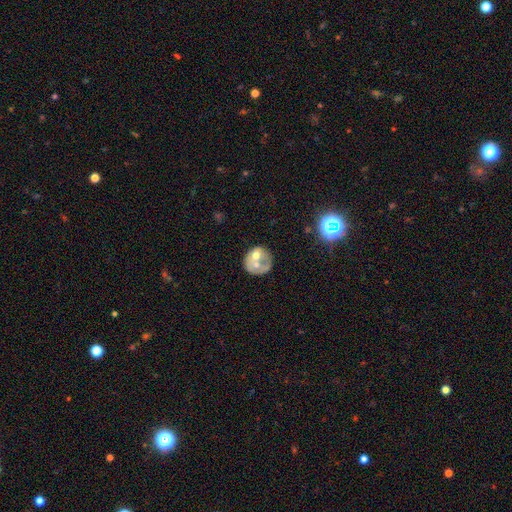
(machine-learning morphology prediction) Q: Smooth or featured?
A: featured or disk (45%); runner-up: smooth (39%)
Q: Merging?
A: none (45%); runner-up: merger (24%)